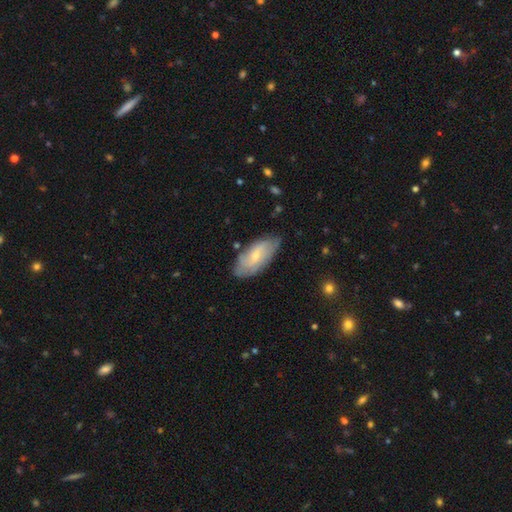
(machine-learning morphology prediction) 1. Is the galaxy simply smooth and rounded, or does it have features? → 51% featured or disk, 43% smooth, 6% star or artifact.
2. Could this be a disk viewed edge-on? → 90% no, 10% yes.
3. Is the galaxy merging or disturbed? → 74% none, 20% minor disturbance, 4% major disturbance, 2% merger.